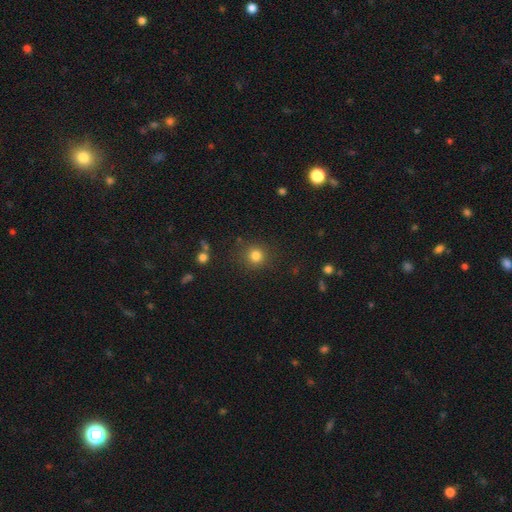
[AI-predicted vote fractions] Q: Smooth or featured?
A: smooth (81%); runner-up: star or artifact (13%)
Q: How rounded?
A: round (92%); runner-up: in between (7%)
Q: Merging?
A: none (87%); runner-up: minor disturbance (8%)